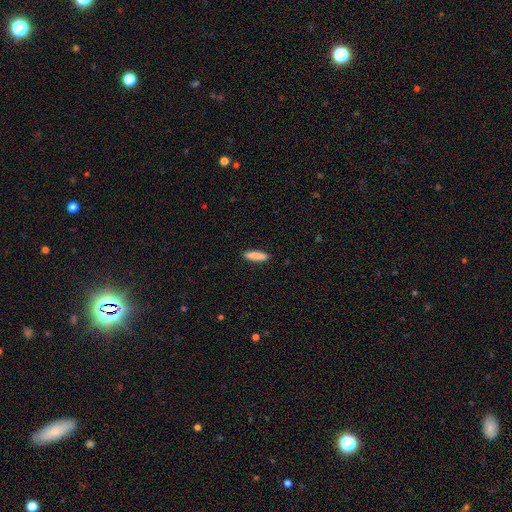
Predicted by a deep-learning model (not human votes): smooth 85%, featured or disk 9%, star or artifact 6%. Down the decision tree: how rounded — cigar-shaped (72%); merging — none (91%).